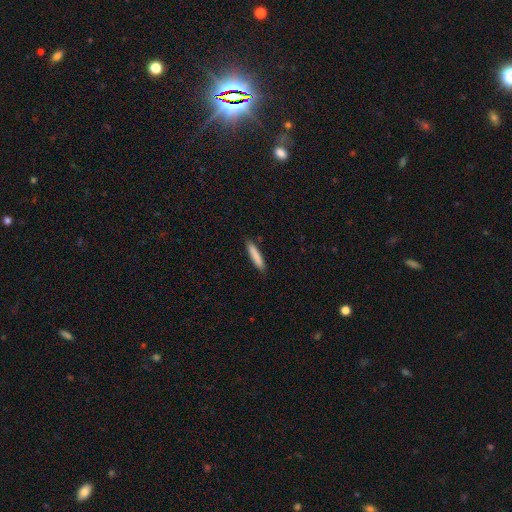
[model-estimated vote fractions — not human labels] Smooth or featured?
  - smooth: 85% *
  - featured or disk: 9%
  - star or artifact: 6%
How rounded?
  - cigar-shaped: 89% *
  - in between: 9%
  - round: 1%
Merging?
  - none: 88% *
  - minor disturbance: 9%
  - major disturbance: 2%
  - merger: 1%